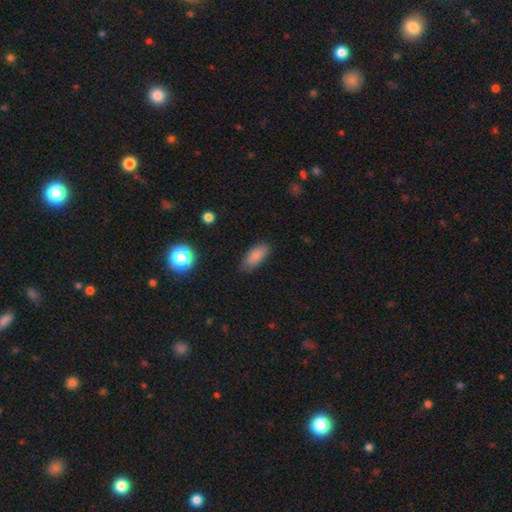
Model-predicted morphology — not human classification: Smooth or featured: smooth — 86% (star or artifact — 8%)
How rounded: in between — 83% (cigar-shaped — 15%)
Merging: none — 81% (minor disturbance — 15%)